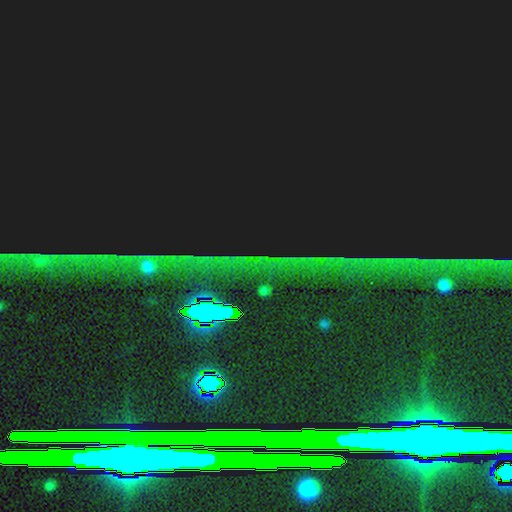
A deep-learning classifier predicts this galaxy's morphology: type=star or artifact (86%).